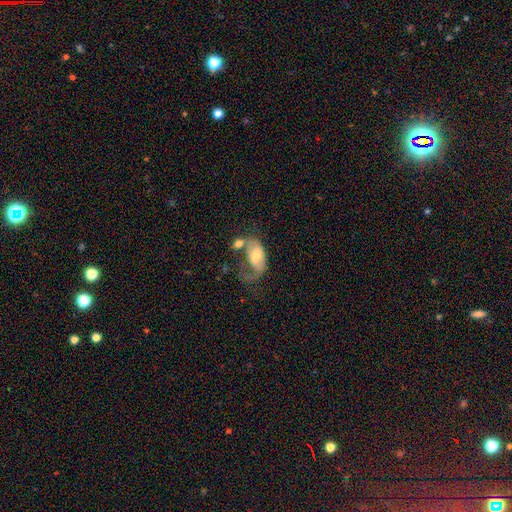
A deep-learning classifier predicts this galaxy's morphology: Smooth or featured? Predicted: smooth (p=0.51). How rounded? Predicted: in between (p=0.90). Merging? Predicted: major disturbance (p=0.42).